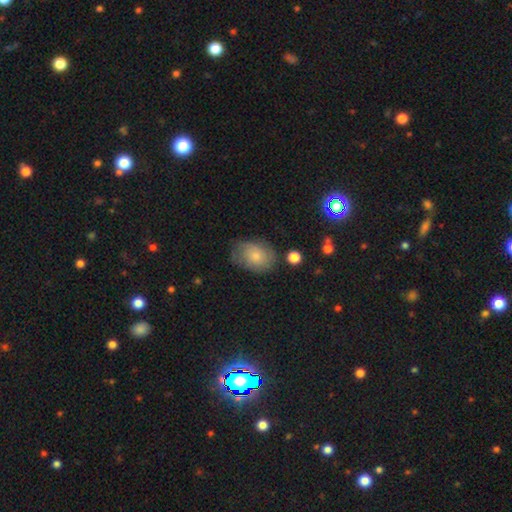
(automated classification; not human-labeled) This is likely a smooth galaxy (71%). How rounded: likely in between (72%). Merging: likely none (62%).